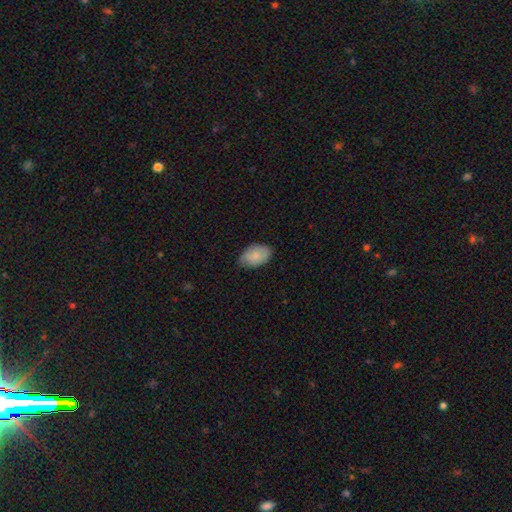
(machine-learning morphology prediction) Smooth or featured: smooth — 82% (featured or disk — 11%)
How rounded: in between — 90% (round — 9%)
Merging: none — 74% (minor disturbance — 22%)